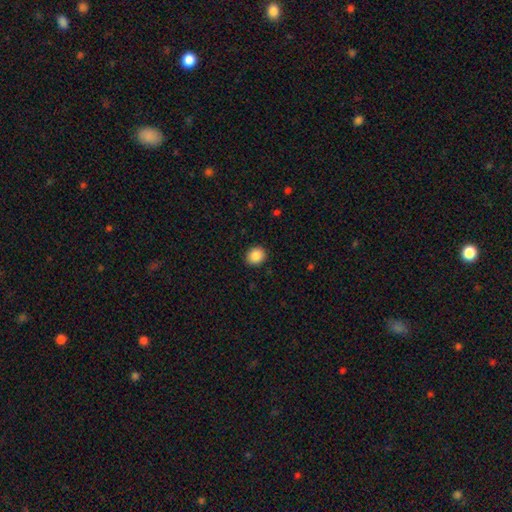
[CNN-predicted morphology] This appears to be a smooth galaxy with no disk features (87%) that is round (77%). Merging: none (91%).